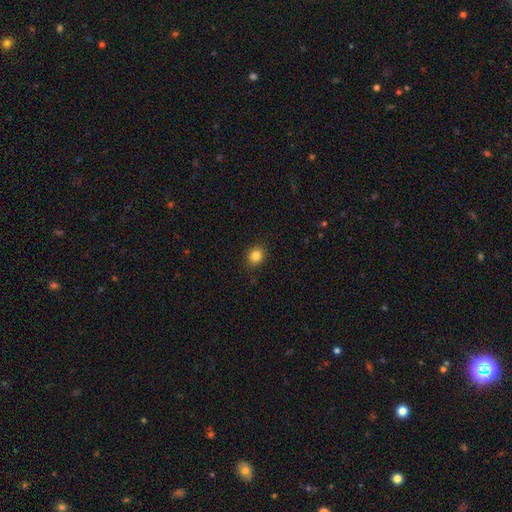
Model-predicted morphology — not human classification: Overall: smooth (83%). How rounded: round (67%; in between 33%). Merging: none (88%).